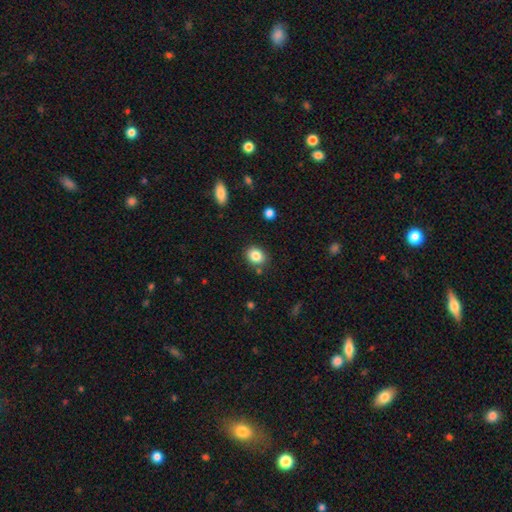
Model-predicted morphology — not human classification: Smooth or featured? smooth (85%)
How rounded? round (56%)
Merging? none (83%)